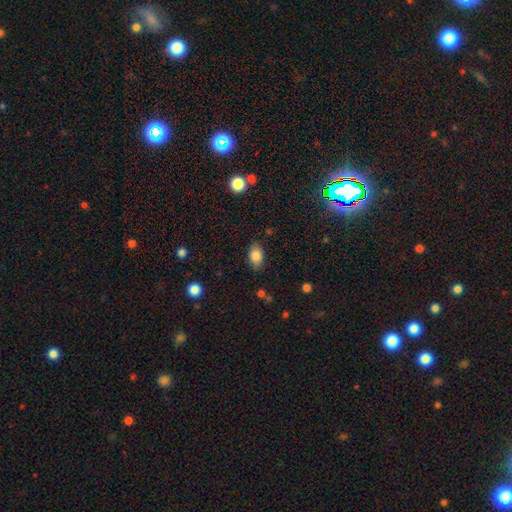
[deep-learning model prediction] The model was most divided on "merging": none: 81%, minor disturbance: 14%, major disturbance: 3%, merger: 2%. More confident: how rounded — in between (84%); smooth or featured — smooth (83%).